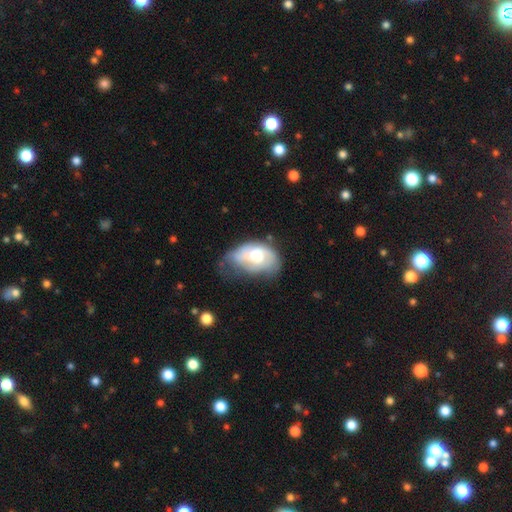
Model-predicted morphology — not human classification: Overall: smooth (48%; featured or disk 45%). Merging: minor disturbance (37%; major disturbance 31%).